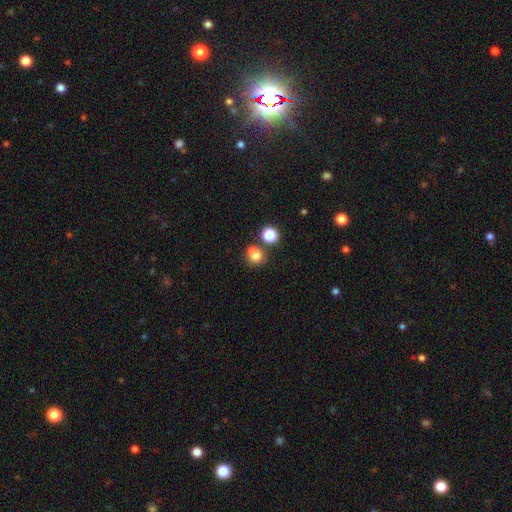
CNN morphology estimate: Overall: smooth (74%). How rounded: round (77%). Merging: none (45%; merger 41%).